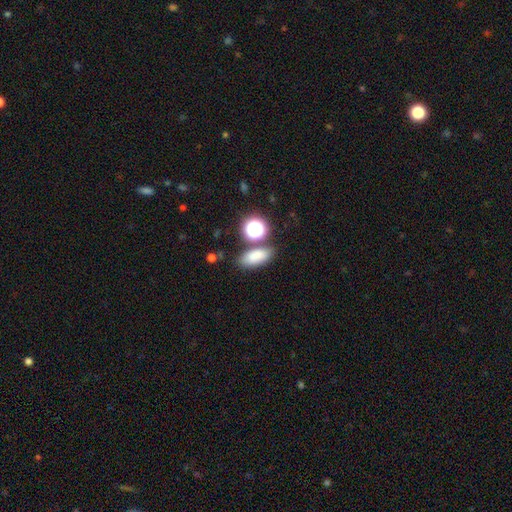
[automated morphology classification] The model was most divided on "merging": none: 71%, merger: 13%, minor disturbance: 12%, major disturbance: 4%. More confident: smooth or featured — smooth (78%); how rounded — in between (77%).